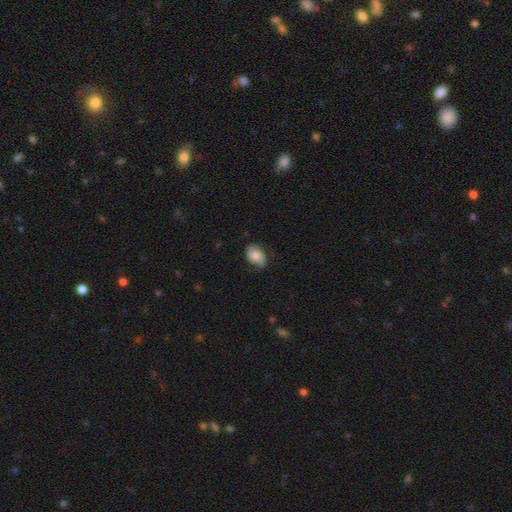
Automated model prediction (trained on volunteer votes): A smooth galaxy with no disk features (72%) that is in between round and cigar-shaped (84%). Merging: none (69%).